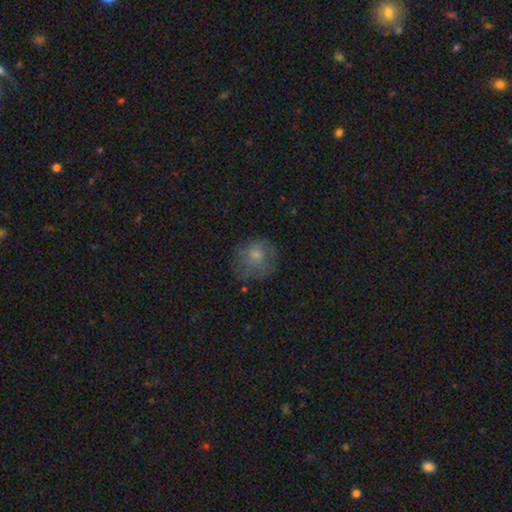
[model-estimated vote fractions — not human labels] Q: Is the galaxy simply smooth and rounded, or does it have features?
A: smooth — 72%.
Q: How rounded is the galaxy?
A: round — 81%.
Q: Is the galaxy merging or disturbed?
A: none — 64%.